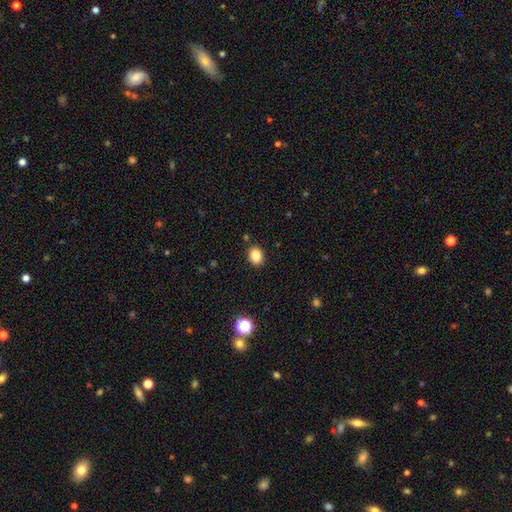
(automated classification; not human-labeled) The model was most divided on "how rounded": in between: 55%, round: 44%, cigar-shaped: 1%. More confident: merging — none (88%); smooth or featured — smooth (86%).